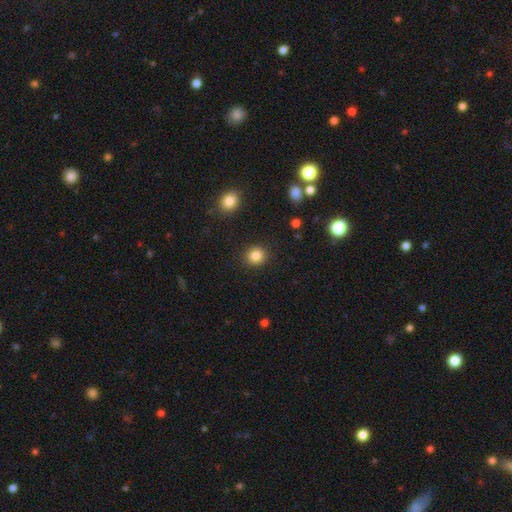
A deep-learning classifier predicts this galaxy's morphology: A smooth galaxy with no disk features (85%) that is round (85%).

Vote fractions:
- Smooth or featured? smooth: 85% / star or artifact: 10% / featured or disk: 5%
- How rounded? round: 85% / in between: 14% / cigar-shaped: 1%
- Merging? none: 90% / minor disturbance: 6% / major disturbance: 2% / merger: 1%